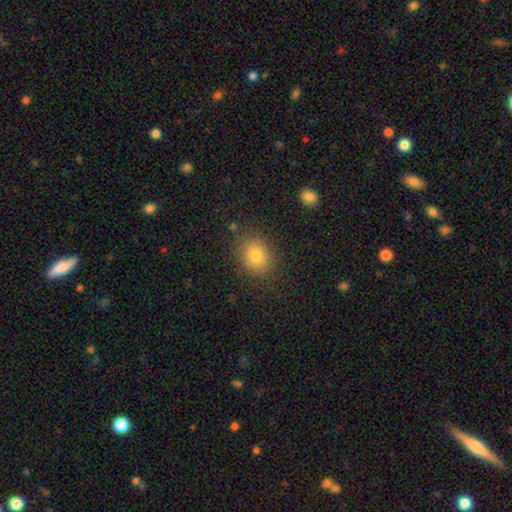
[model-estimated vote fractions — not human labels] smooth 81%, star or artifact 11%, featured or disk 7%. Down the decision tree: how rounded — round (52%); merging — none (83%).